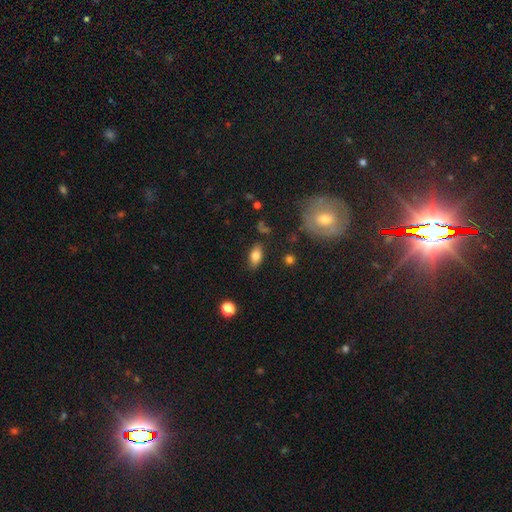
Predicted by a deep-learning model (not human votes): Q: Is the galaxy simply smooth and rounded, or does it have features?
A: smooth — 80%.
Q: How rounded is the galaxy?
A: in between — 89%.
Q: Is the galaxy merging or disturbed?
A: none — 83%.